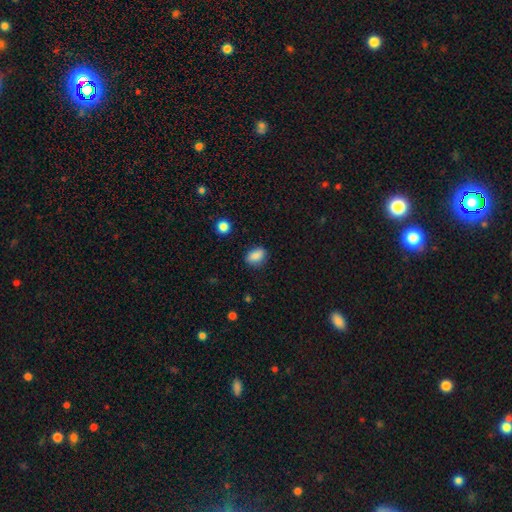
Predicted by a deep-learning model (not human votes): This appears to be a smooth galaxy with no disk features (87%) that is in between round and cigar-shaped (83%). Merging: none (81%).